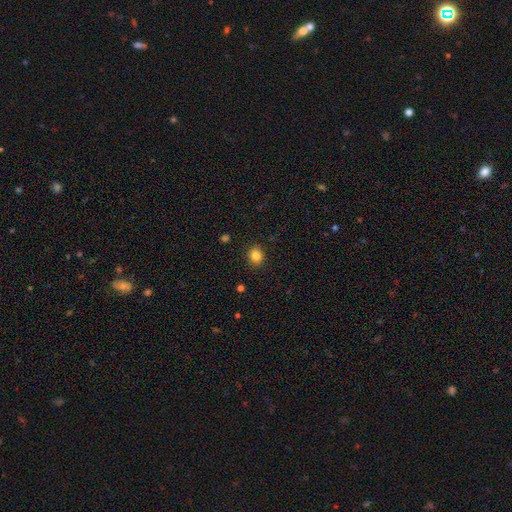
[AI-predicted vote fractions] Morphology: type=smooth (84%); roundness=round (66%); merging=none (89%).